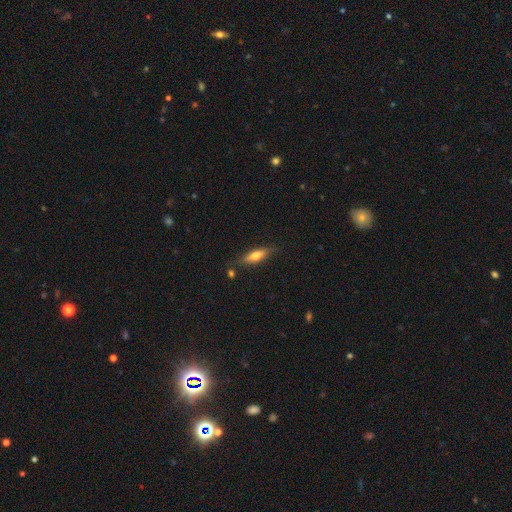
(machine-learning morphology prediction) Q: Smooth or featured?
A: smooth (58%); runner-up: featured or disk (36%)
Q: How rounded?
A: cigar-shaped (57%); runner-up: in between (41%)
Q: Merging?
A: none (79%); runner-up: minor disturbance (15%)